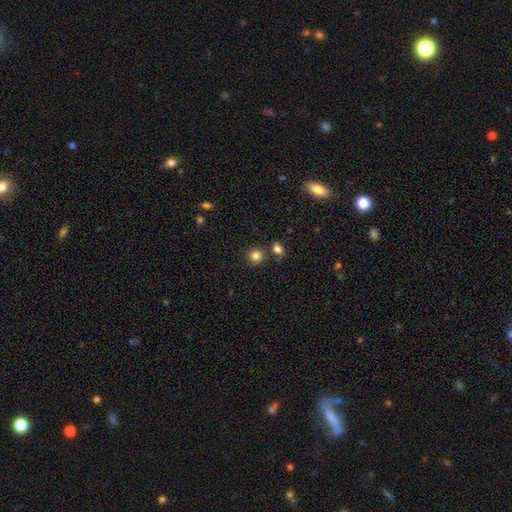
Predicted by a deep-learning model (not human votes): This is clearly a smooth galaxy (84%). How rounded: clearly round (89%). Merging: likely none (79%).